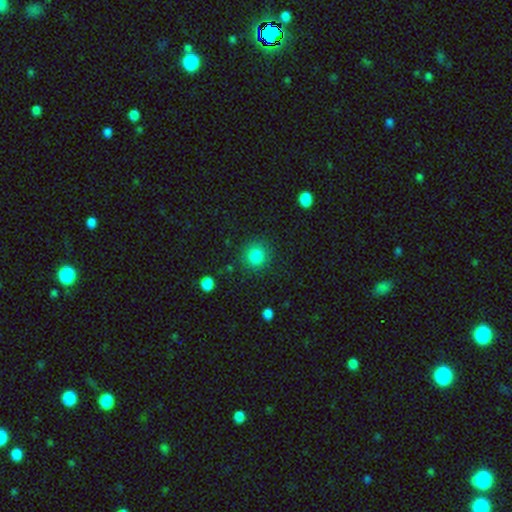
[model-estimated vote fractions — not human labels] Smooth or featured? Predicted: smooth (p=0.84). How rounded? Predicted: round (p=0.89). Merging? Predicted: none (p=0.86).